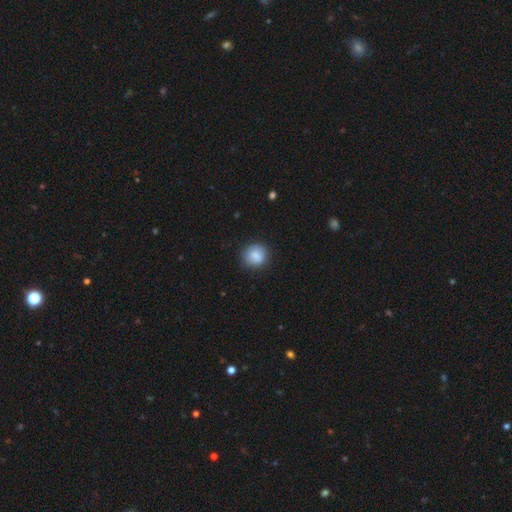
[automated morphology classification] Q: Smooth or featured?
A: smooth (84%); runner-up: star or artifact (8%)
Q: How rounded?
A: round (83%); runner-up: in between (16%)
Q: Merging?
A: none (82%); runner-up: minor disturbance (13%)